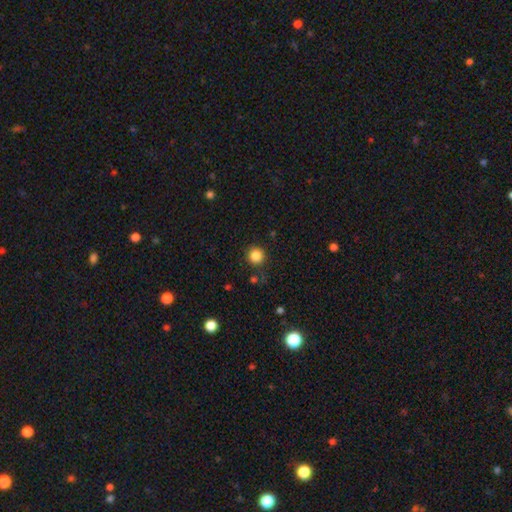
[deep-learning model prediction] Smooth or featured: smooth — 84% (star or artifact — 12%)
How rounded: round — 93% (in between — 6%)
Merging: none — 87% (minor disturbance — 8%)